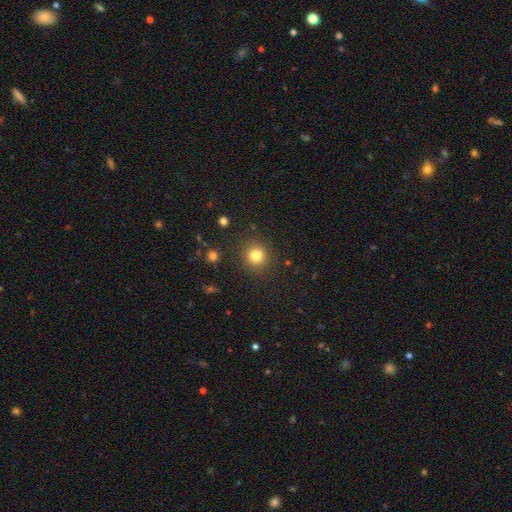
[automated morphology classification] Smooth or featured? smooth (81%)
How rounded? round (89%)
Merging? none (87%)